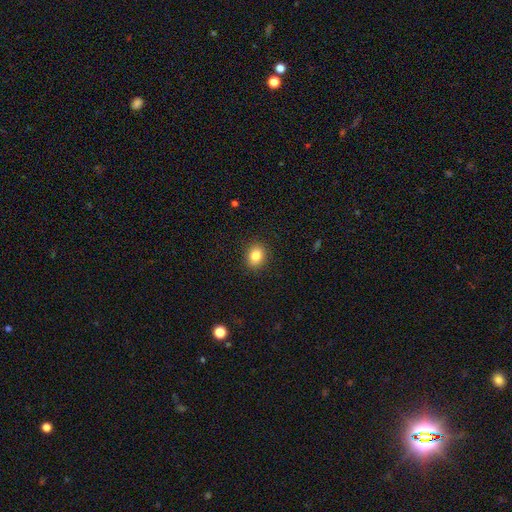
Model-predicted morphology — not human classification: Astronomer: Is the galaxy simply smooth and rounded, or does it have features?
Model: smooth — 84%.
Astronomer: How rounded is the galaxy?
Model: in between — 52% (runner-up: round, 47%).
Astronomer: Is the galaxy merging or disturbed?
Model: none — 89%.